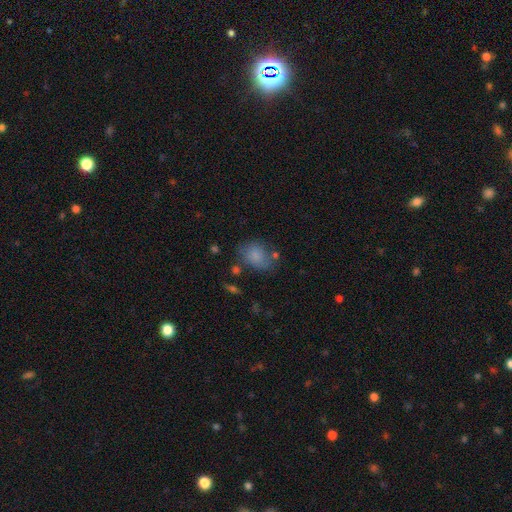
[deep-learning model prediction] Q: Smooth or featured?
A: smooth (81%); runner-up: featured or disk (10%)
Q: How rounded?
A: in between (65%); runner-up: round (34%)
Q: Merging?
A: none (60%); runner-up: minor disturbance (22%)